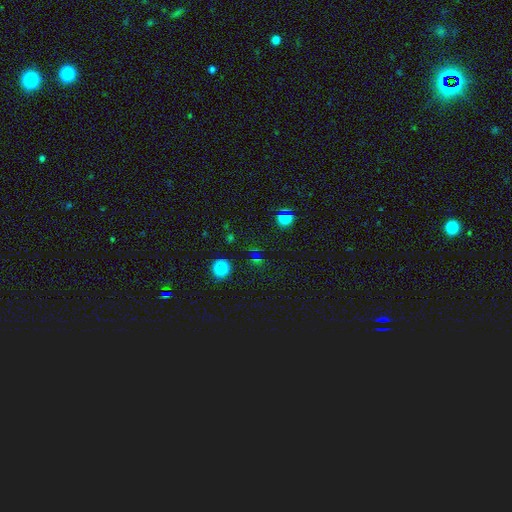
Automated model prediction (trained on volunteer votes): smooth_or_featured: star or artifact (p=0.57) [alt: smooth p=0.35]